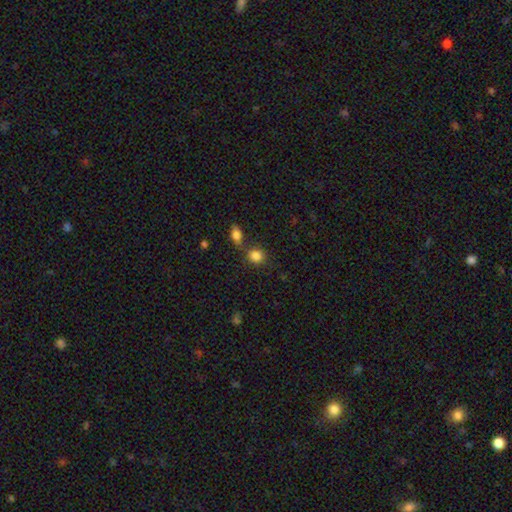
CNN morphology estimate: This is clearly a smooth galaxy (85%). How rounded: likely round (74%). Merging: likely none (63%).